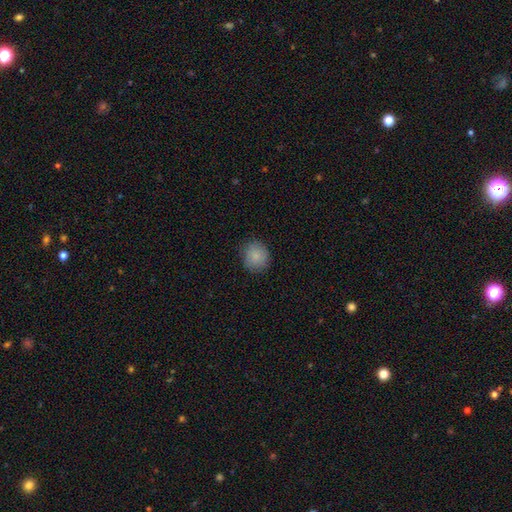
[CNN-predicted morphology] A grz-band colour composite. It shows a smooth galaxy with no disk features (86%) that is round (86%). Merging: none (84%).